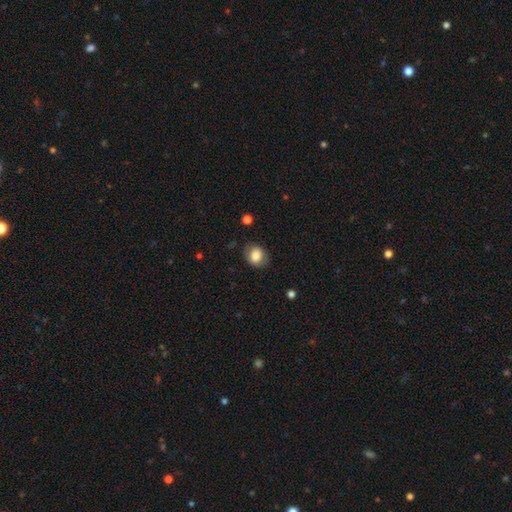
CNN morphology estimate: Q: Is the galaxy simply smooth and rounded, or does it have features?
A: smooth — 81%.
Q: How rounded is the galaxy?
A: round — 54%.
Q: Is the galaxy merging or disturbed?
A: none — 77%.